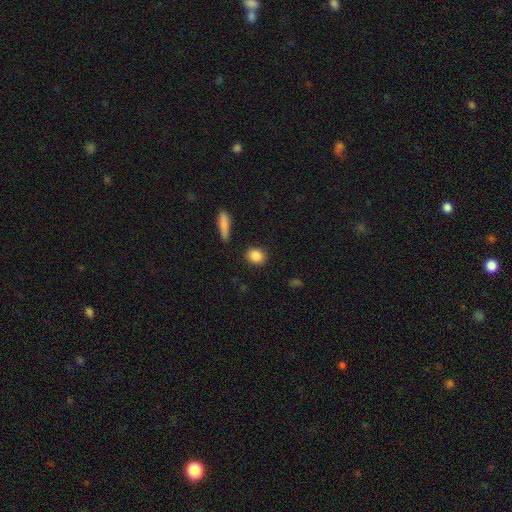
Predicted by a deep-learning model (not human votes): Morphology: type=smooth (87%); roundness=round (55%); merging=none (88%).